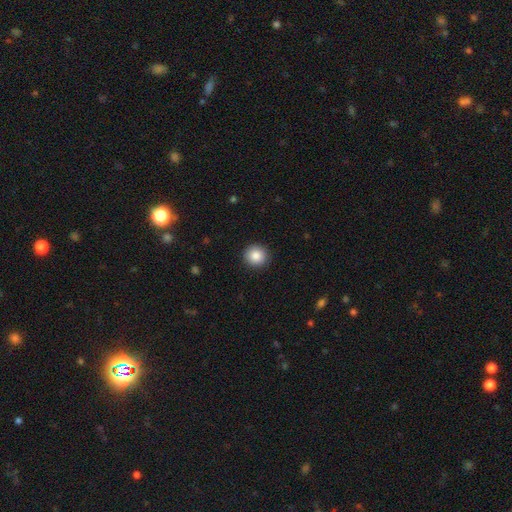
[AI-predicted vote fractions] smooth_or_featured: smooth (p=0.87) [alt: star or artifact p=0.08]
how_rounded: round (p=0.93) [alt: in between p=0.06]
merging: none (p=0.92) [alt: minor disturbance p=0.06]